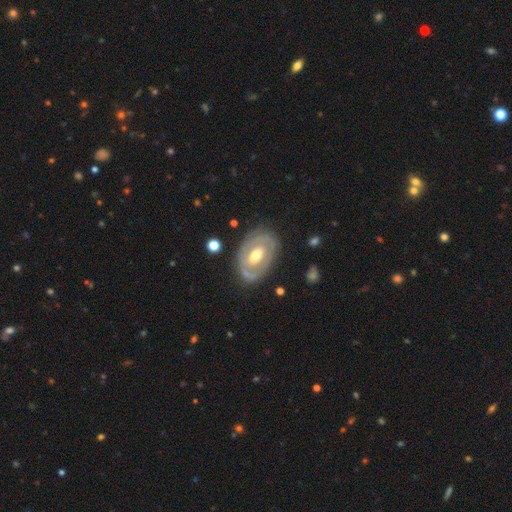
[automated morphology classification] A featured or disk galaxy (71%) with no bar (60%), no spiral arms (56%) and a moderate central bulge (69%). Merging: none (76%).